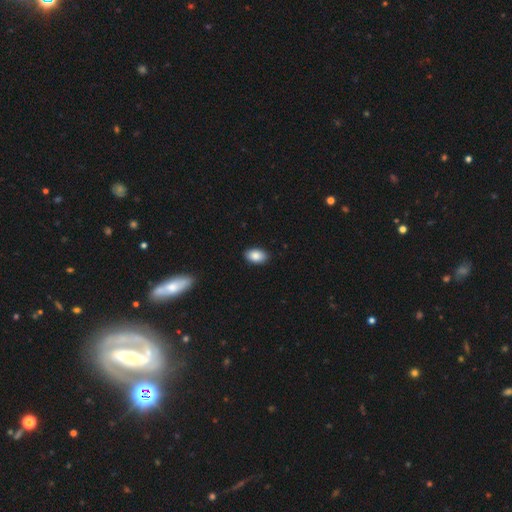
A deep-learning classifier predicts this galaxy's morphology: smooth 87%, star or artifact 7%, featured or disk 6%. Down the decision tree: how rounded — in between (92%); merging — none (89%).